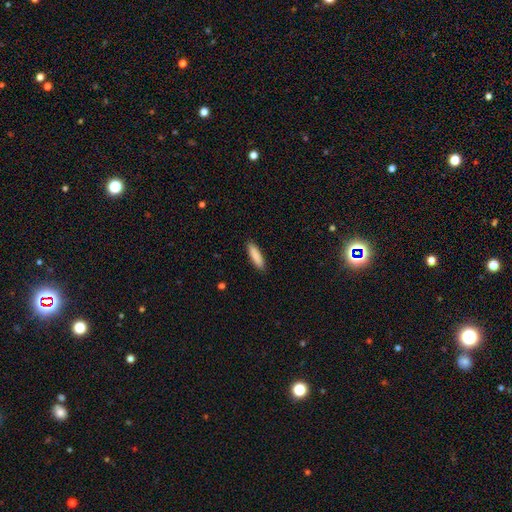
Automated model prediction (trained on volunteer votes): smooth 89%, featured or disk 6%, star or artifact 6%. Down the decision tree: how rounded — cigar-shaped (67%); merging — none (90%).